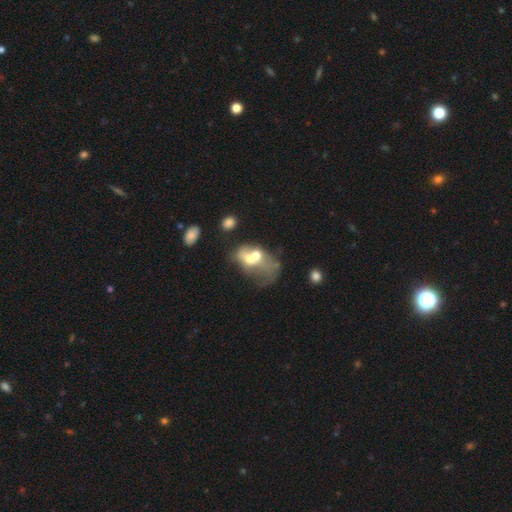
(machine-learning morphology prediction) Smooth or featured: smooth — 46% (featured or disk — 43%)
Merging: merger — 61% (major disturbance — 20%)